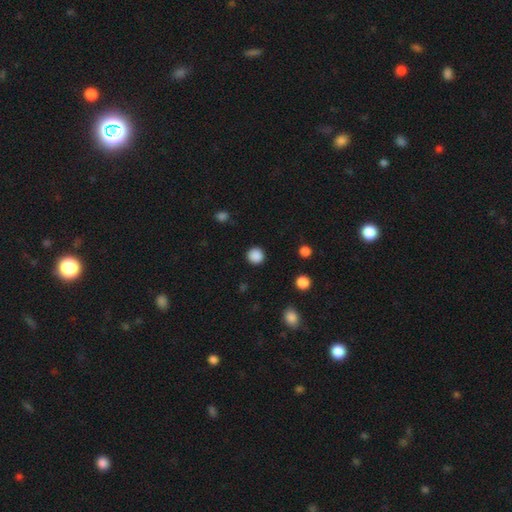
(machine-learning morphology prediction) Overall: smooth (88%). How rounded: round (94%). Merging: none (92%).